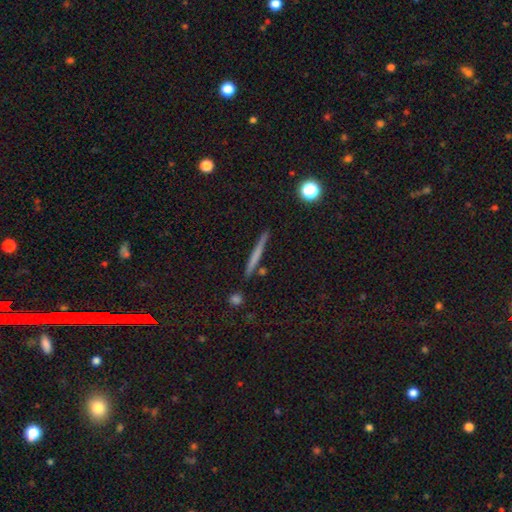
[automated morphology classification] This is possibly a smooth galaxy (55%). How rounded: clearly cigar-shaped (94%). Merging: clearly none (89%).